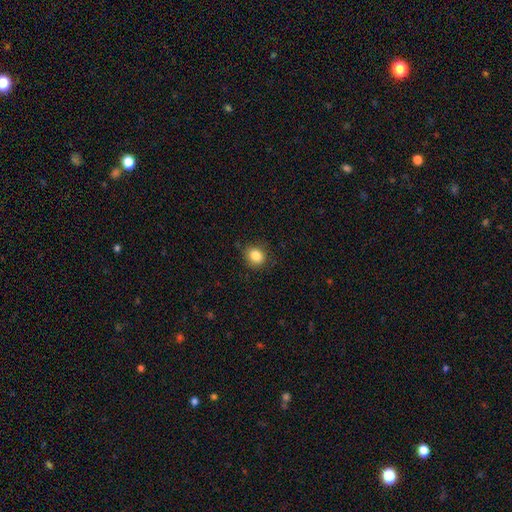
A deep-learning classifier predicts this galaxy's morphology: A smooth galaxy with no disk features (85%) that is round (73%). Merging: none (84%).